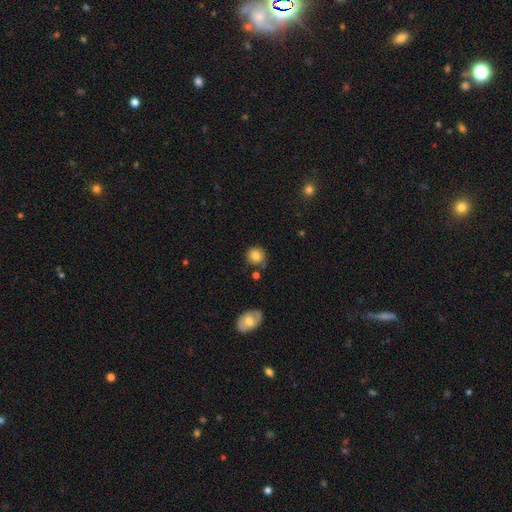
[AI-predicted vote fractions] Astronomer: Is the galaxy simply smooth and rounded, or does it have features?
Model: smooth — 82%.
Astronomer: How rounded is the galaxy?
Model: round — 86%.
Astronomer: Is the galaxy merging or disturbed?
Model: none — 75%.